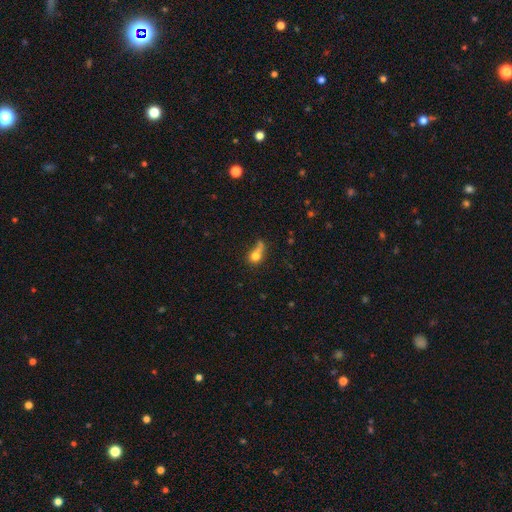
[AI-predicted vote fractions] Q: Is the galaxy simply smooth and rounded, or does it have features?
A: smooth — 72%.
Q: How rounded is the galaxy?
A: round — 57%.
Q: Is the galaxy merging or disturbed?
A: none — 31%.